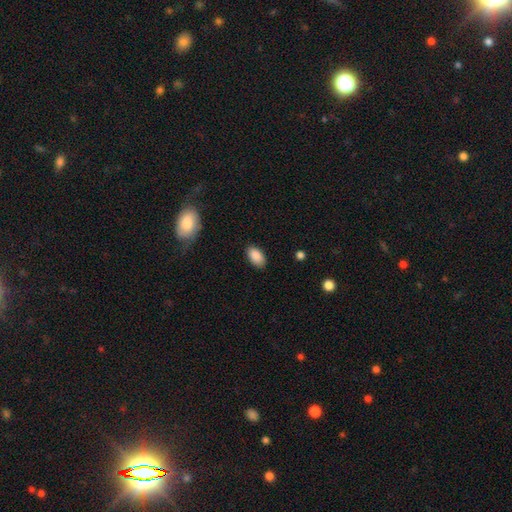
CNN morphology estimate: Smooth or featured? Predicted: smooth (p=0.89). How rounded? Predicted: in between (p=0.94). Merging? Predicted: none (p=0.86).